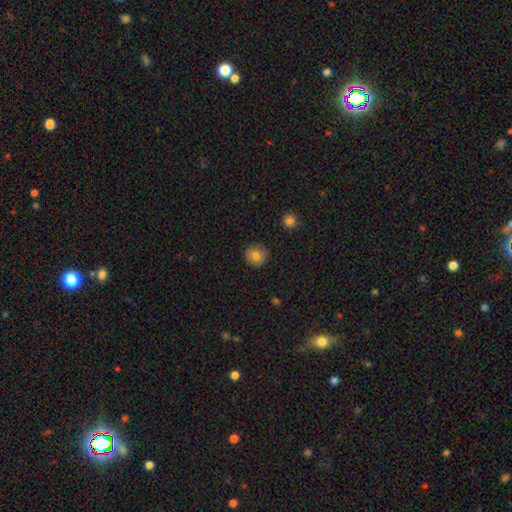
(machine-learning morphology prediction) Q: Smooth or featured?
A: smooth (81%); runner-up: featured or disk (10%)
Q: How rounded?
A: round (93%); runner-up: in between (6%)
Q: Merging?
A: none (89%); runner-up: minor disturbance (8%)